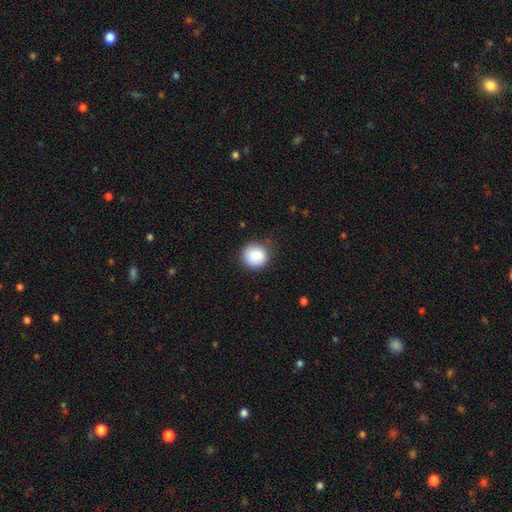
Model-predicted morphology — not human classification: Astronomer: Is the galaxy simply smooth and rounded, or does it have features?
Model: smooth — 87%.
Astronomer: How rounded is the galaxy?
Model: round — 91%.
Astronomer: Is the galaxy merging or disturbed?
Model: none — 83%.